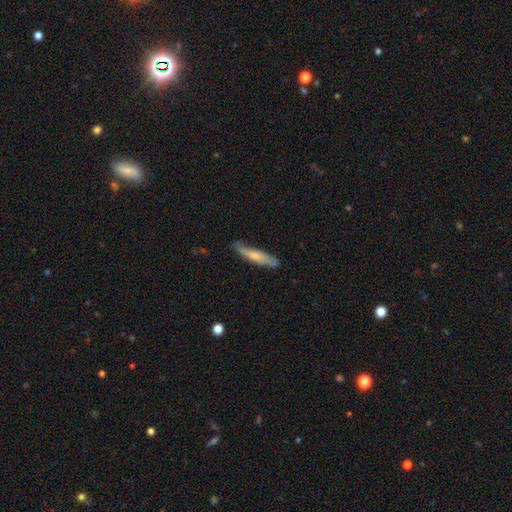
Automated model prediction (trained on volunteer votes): Smooth or featured?
  - smooth: 56% *
  - featured or disk: 39%
  - star or artifact: 5%
How rounded?
  - cigar-shaped: 87% *
  - in between: 11%
  - round: 1%
Merging?
  - none: 72% *
  - minor disturbance: 22%
  - major disturbance: 4%
  - merger: 2%